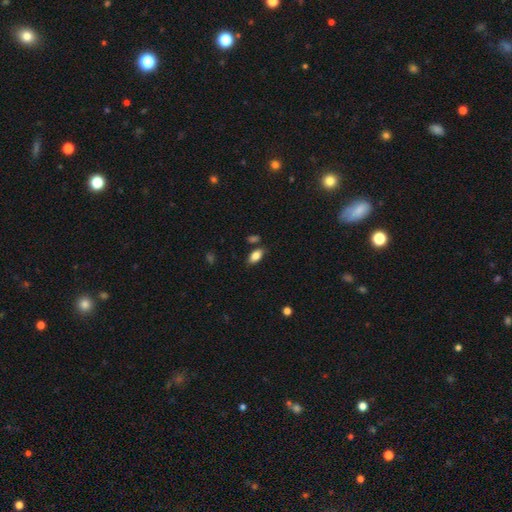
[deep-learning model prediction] This is clearly a smooth galaxy (83%). How rounded: clearly in between (91%). Merging: likely none (80%).